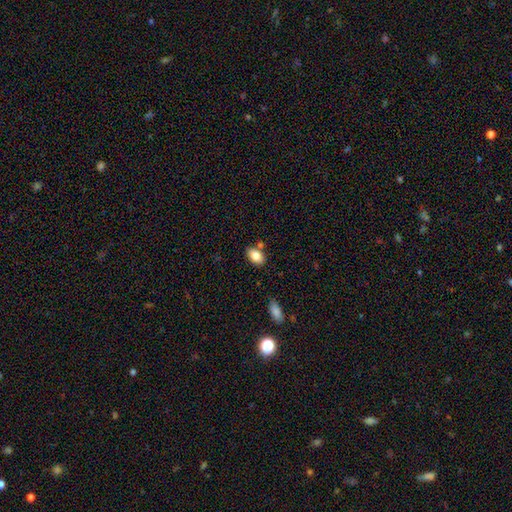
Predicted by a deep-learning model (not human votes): This is clearly a smooth galaxy (82%). How rounded: clearly in between (87%). Merging: likely none (75%).